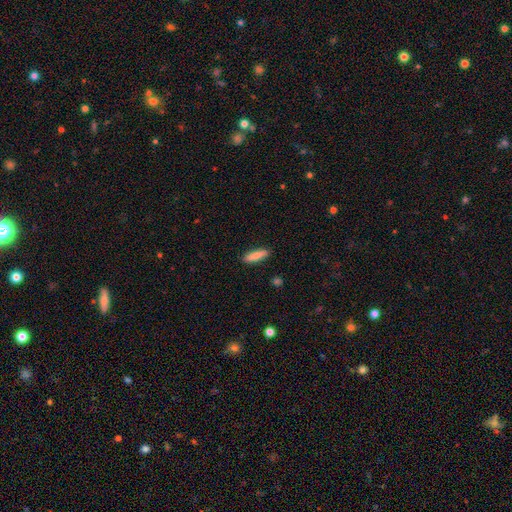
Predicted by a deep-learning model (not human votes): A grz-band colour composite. It shows a smooth galaxy with no disk features (81%) that is cigar-shaped (67%). Merging: none (88%).